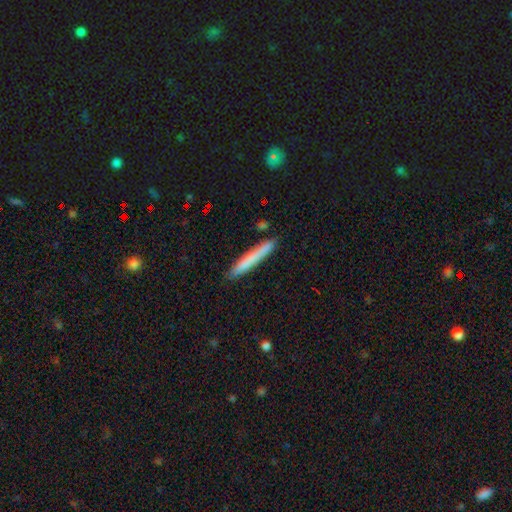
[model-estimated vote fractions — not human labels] smooth_or_featured: smooth (p=0.73) [alt: featured or disk p=0.21]
how_rounded: cigar-shaped (p=0.96) [alt: in between p=0.03]
merging: none (p=0.87) [alt: minor disturbance p=0.09]